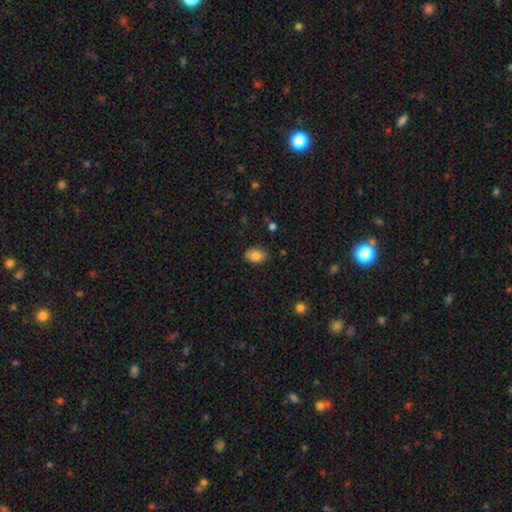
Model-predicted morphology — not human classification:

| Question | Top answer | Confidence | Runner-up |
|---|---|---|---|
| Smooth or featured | smooth | 84% | star or artifact (8%) |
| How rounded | in between | 83% | round (16%) |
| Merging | none | 84% | minor disturbance (12%) |